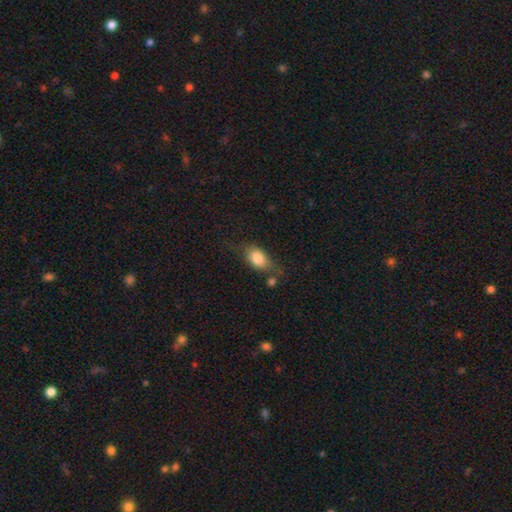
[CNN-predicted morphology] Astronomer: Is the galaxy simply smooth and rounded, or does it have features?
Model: smooth — 77%.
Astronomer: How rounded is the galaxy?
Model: in between — 78%.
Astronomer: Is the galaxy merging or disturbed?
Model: none — 59%.